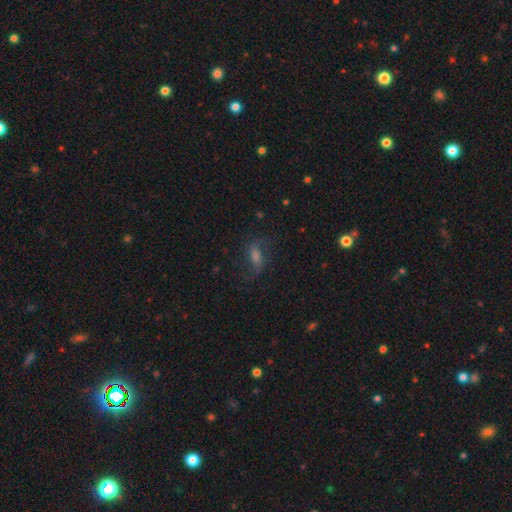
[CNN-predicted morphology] A featured or disk galaxy (42%).

Vote fractions:
- Smooth or featured? featured or disk: 42% / smooth: 36% / star or artifact: 21%
- Merging? none: 69% / minor disturbance: 18% / major disturbance: 12% / merger: 2%